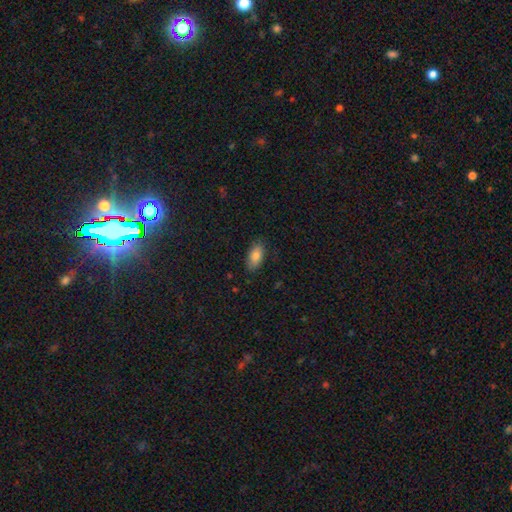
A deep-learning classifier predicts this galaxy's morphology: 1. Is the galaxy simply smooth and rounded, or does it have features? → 83% smooth, 10% featured or disk, 7% star or artifact.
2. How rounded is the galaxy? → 90% in between, 7% cigar-shaped, 3% round.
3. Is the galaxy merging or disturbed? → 84% none, 13% minor disturbance, 3% major disturbance, 1% merger.